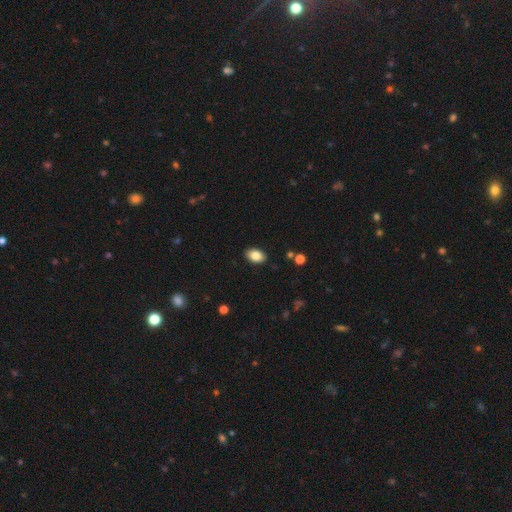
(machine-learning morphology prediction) This is clearly a smooth galaxy (84%). How rounded: clearly in between (87%). Merging: clearly none (89%).